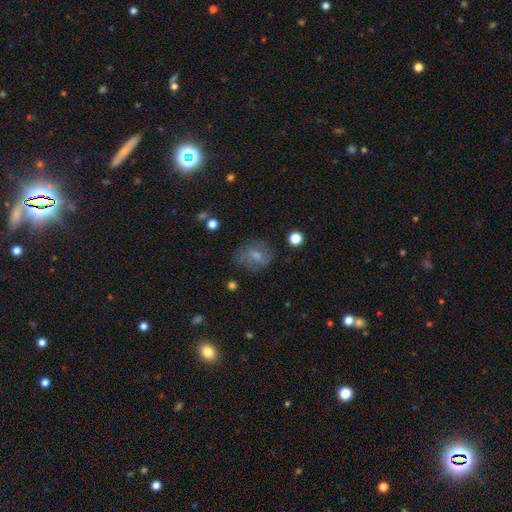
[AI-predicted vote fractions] The model was most divided on "smooth or featured": smooth: 45%, featured or disk: 44%, star or artifact: 11%. More confident: merging — none (60%).